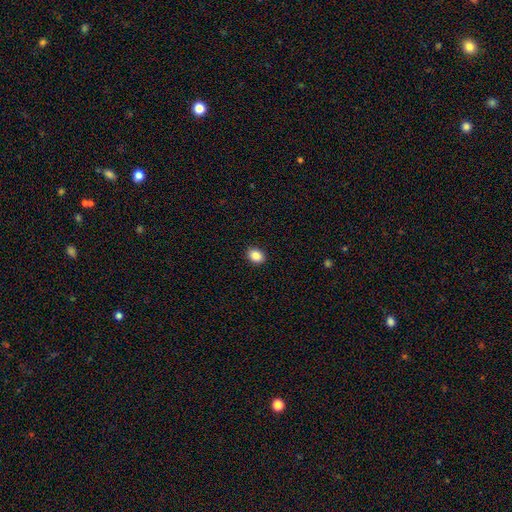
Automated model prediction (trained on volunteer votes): The model was most divided on "how rounded": in between: 65%, round: 34%, cigar-shaped: 1%. More confident: merging — none (91%); smooth or featured — smooth (88%).